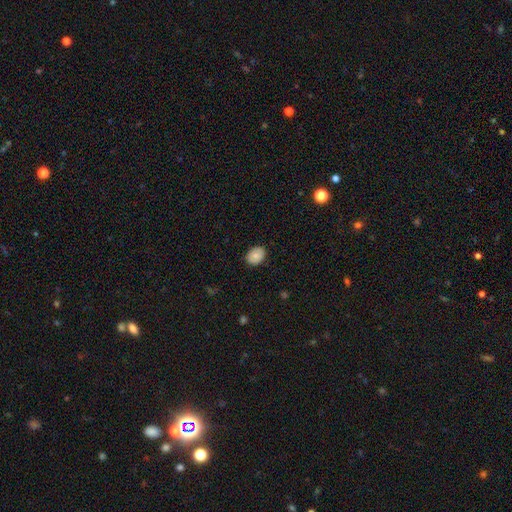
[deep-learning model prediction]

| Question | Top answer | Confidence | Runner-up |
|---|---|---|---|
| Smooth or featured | smooth | 81% | featured or disk (12%) |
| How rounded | in between | 67% | round (33%) |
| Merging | none | 84% | minor disturbance (13%) |